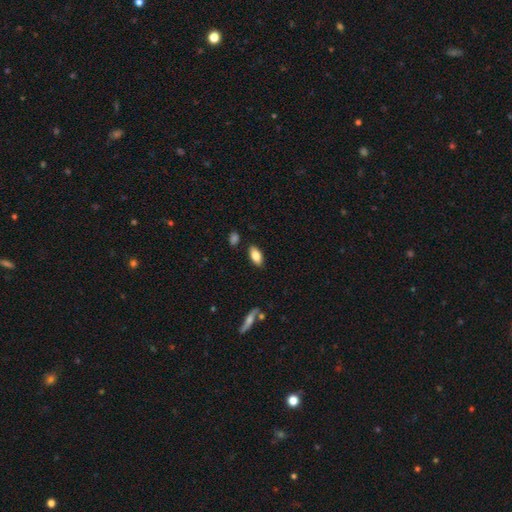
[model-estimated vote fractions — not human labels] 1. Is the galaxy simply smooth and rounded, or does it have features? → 80% smooth, 13% featured or disk, 7% star or artifact.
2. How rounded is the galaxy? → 88% in between, 9% cigar-shaped, 3% round.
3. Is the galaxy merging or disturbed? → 86% none, 10% minor disturbance, 2% merger, 2% major disturbance.